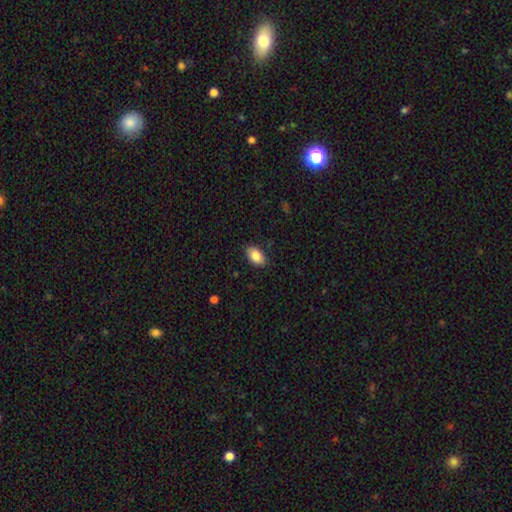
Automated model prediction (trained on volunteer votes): A smooth galaxy with no disk features (87%) that is in between round and cigar-shaped (92%).

Vote fractions:
- Smooth or featured? smooth: 87% / star or artifact: 7% / featured or disk: 6%
- How rounded? in between: 92% / round: 7% / cigar-shaped: 2%
- Merging? none: 85% / minor disturbance: 11% / major disturbance: 2% / merger: 1%